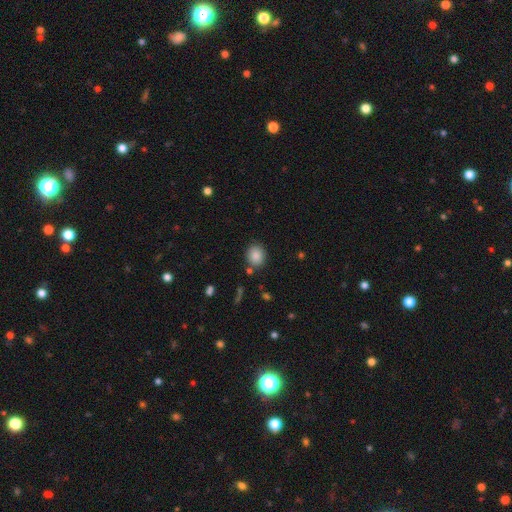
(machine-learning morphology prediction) This is clearly a smooth galaxy (86%). How rounded: likely round (67%). Merging: clearly none (83%).